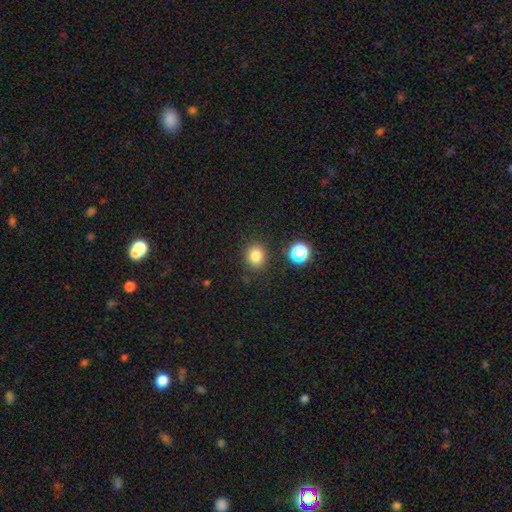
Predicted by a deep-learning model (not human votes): Smooth or featured? Predicted: smooth (p=0.82). How rounded? Predicted: round (p=0.73). Merging? Predicted: none (p=0.84).